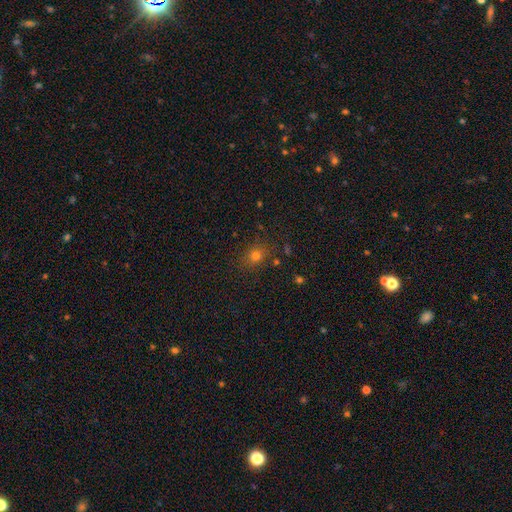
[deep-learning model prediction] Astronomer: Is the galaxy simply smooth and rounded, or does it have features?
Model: smooth — 71%.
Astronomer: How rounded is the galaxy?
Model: round — 64%.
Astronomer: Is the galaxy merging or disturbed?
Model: none — 83%.